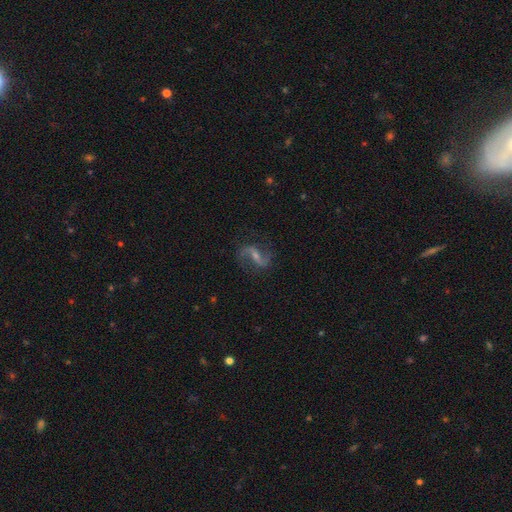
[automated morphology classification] Smooth or featured?
  - featured or disk: 88% *
  - star or artifact: 6%
  - smooth: 6%
Edge-on disk?
  - no: 97% *
  - yes: 3%
Bar?
  - weak: 40% *
  - strong: 39%
  - no: 21%
Spiral arms?
  - yes: 97% *
  - no: 3%
Spiral winding?
  - loose: 65% *
  - medium: 29%
  - tight: 6%
Spiral arm count?
  - 2: 93% *
  - 1: 2%
  - can't tell: 2%
  - 3: 1%
  - 4: 1%
  - more than 4: 1%
Bulge size?
  - small: 58% *
  - moderate: 32%
  - none: 7%
  - large: 2%
  - dominant: 1%
Merging?
  - none: 80% *
  - minor disturbance: 12%
  - major disturbance: 6%
  - merger: 1%